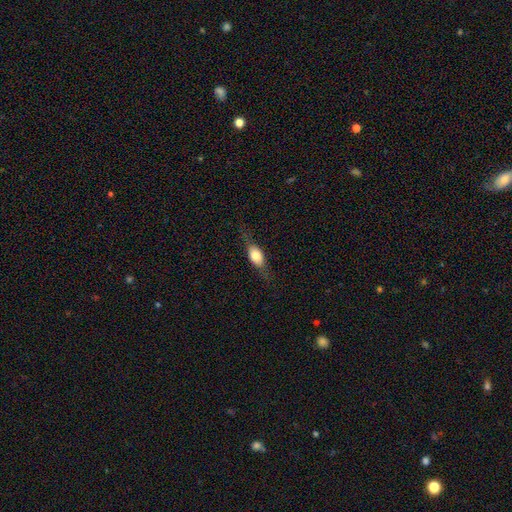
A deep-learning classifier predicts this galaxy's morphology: Smooth or featured?
  - smooth: 59% *
  - featured or disk: 33%
  - star or artifact: 7%
How rounded?
  - in between: 72% *
  - cigar-shaped: 19%
  - round: 9%
Merging?
  - none: 73% *
  - minor disturbance: 18%
  - major disturbance: 8%
  - merger: 1%